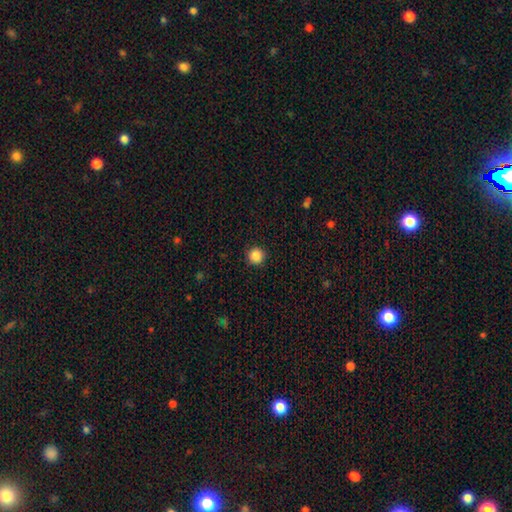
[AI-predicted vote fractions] This appears to be a smooth galaxy with no disk features (86%) that is round (95%). Merging: none (92%).